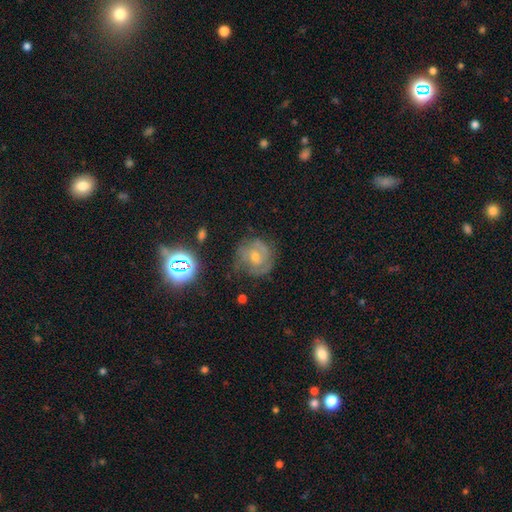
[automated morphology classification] A featured or disk galaxy (64%) with no bar (62%), tight (61%) spiral arms (87%) and a moderate central bulge (55%). Merging: none (72%).